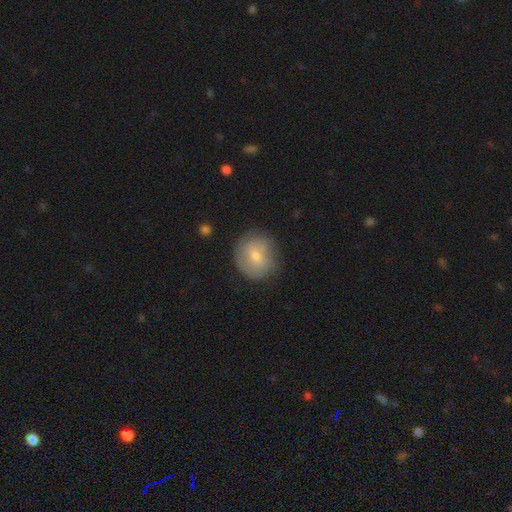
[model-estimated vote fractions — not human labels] smooth 62%, featured or disk 30%, star or artifact 9%. Down the decision tree: how rounded — round (87%); merging — none (76%).